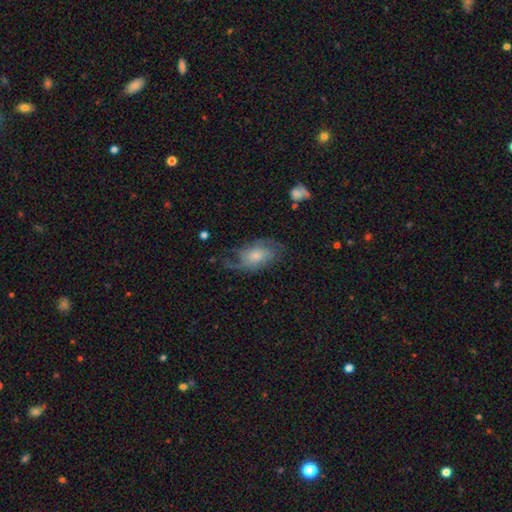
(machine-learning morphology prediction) Q: Smooth or featured?
A: featured or disk (73%); runner-up: smooth (20%)
Q: Edge-on disk?
A: no (96%); runner-up: yes (4%)
Q: Bar?
A: no (66%); runner-up: weak (29%)
Q: Spiral arms?
A: yes (92%); runner-up: no (8%)
Q: Spiral winding?
A: medium (43%); runner-up: loose (36%)
Q: Spiral arm count?
A: 2 (63%); runner-up: can't tell (15%)
Q: Bulge size?
A: moderate (44%); runner-up: small (32%)
Q: Merging?
A: none (57%); runner-up: minor disturbance (22%)